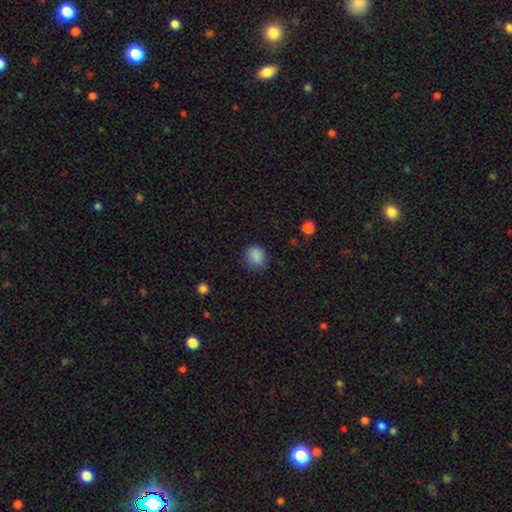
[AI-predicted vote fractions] Overall: smooth (86%). How rounded: round (76%). Merging: none (80%).